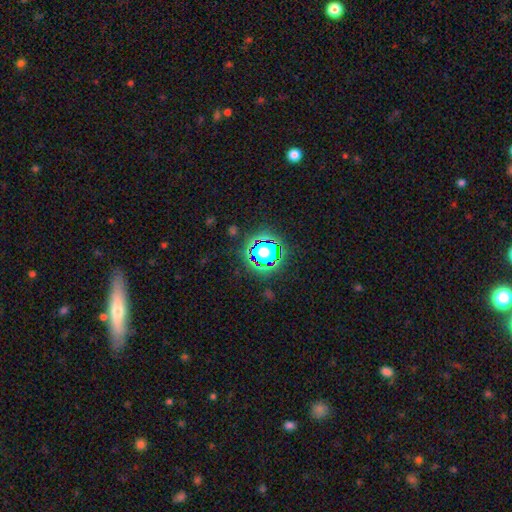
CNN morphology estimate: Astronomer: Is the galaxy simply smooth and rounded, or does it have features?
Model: star or artifact — 71%.